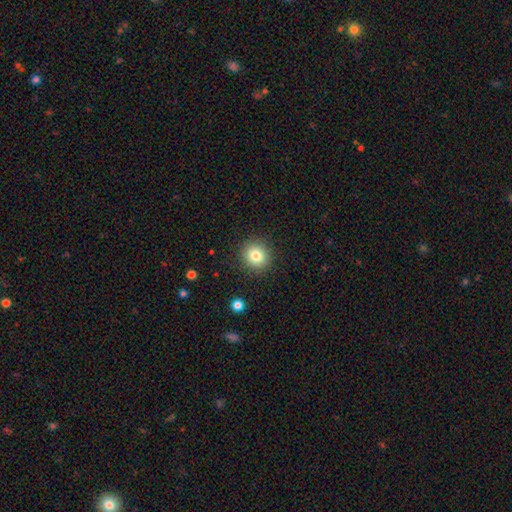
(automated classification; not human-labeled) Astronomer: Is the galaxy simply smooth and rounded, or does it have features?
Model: smooth — 81%.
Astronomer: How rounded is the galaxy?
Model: round — 89%.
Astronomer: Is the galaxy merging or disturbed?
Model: none — 90%.